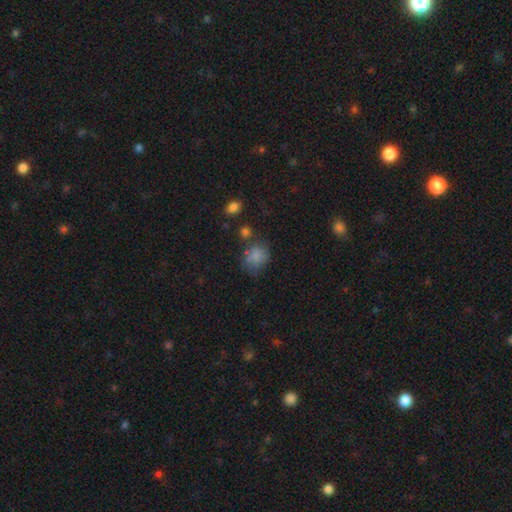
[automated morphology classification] Smooth or featured?
  - smooth: 75% *
  - featured or disk: 13%
  - star or artifact: 12%
How rounded?
  - round: 62% *
  - in between: 37%
  - cigar-shaped: 1%
Merging?
  - none: 53% *
  - minor disturbance: 24%
  - major disturbance: 13%
  - merger: 10%